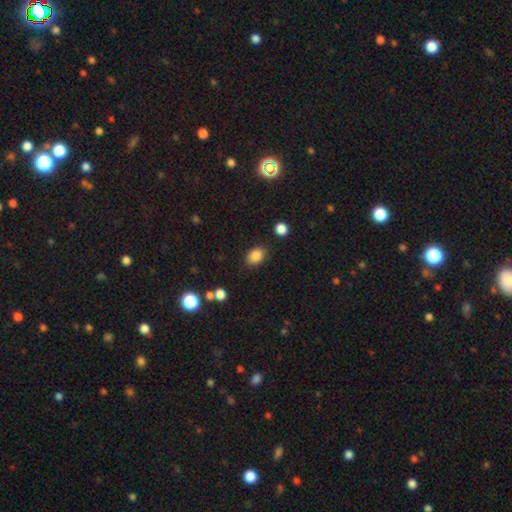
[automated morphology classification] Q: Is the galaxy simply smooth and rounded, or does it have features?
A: smooth — 86%.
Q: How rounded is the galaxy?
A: in between — 71%.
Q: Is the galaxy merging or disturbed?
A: none — 84%.